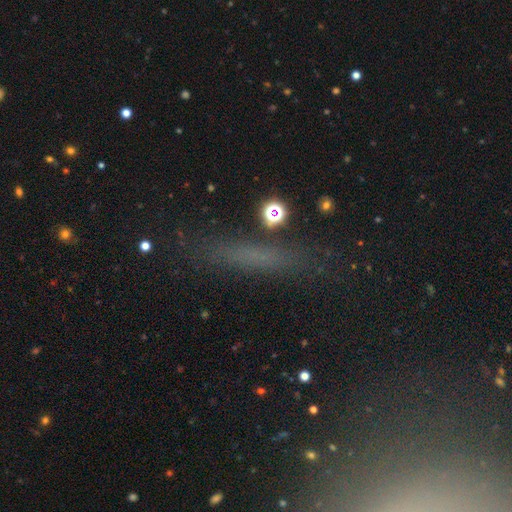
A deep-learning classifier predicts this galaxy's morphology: The model was most divided on "smooth or featured": smooth: 42%, featured or disk: 29%, star or artifact: 29%. More confident: merging — none (79%).